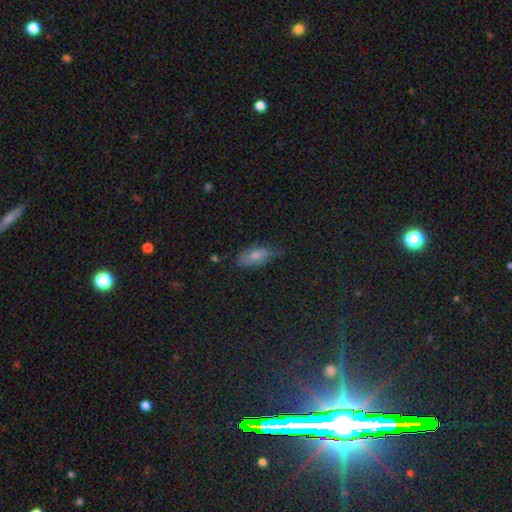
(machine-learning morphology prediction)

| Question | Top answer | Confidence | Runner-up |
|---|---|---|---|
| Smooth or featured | smooth | 67% | featured or disk (21%) |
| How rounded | in between | 87% | cigar-shaped (10%) |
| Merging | none | 53% | minor disturbance (34%) |